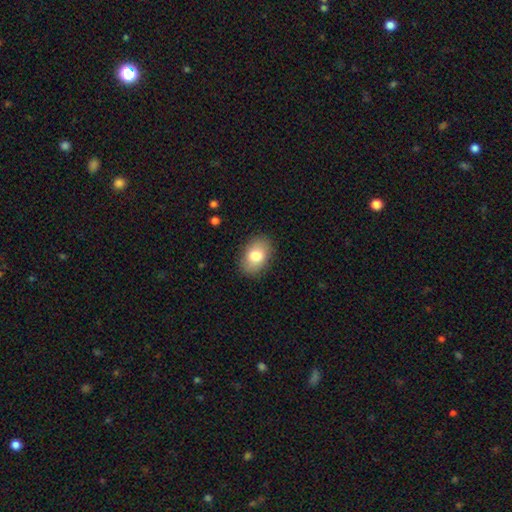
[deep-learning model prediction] smooth-or-featured: smooth: 80% | featured or disk: 13% | star or artifact: 7%
  how-rounded: in between: 84% | round: 14% | cigar-shaped: 1%
  merging: none: 87% | minor disturbance: 10% | major disturbance: 3% | merger: 1%